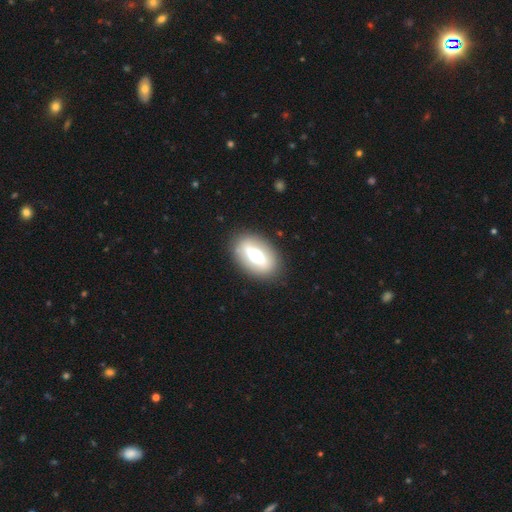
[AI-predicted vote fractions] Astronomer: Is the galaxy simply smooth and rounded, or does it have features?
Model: smooth — 48% (runner-up: featured or disk, 44%).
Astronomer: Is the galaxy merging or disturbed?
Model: none — 85%.